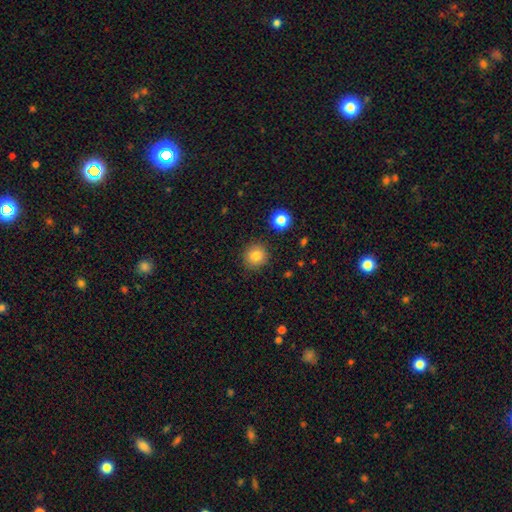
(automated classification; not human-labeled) A smooth galaxy with no disk features (83%) that is round (92%).

Vote fractions:
- Smooth or featured? smooth: 83% / star or artifact: 11% / featured or disk: 6%
- How rounded? round: 92% / in between: 7% / cigar-shaped: 1%
- Merging? none: 88% / minor disturbance: 7% / major disturbance: 2% / merger: 2%